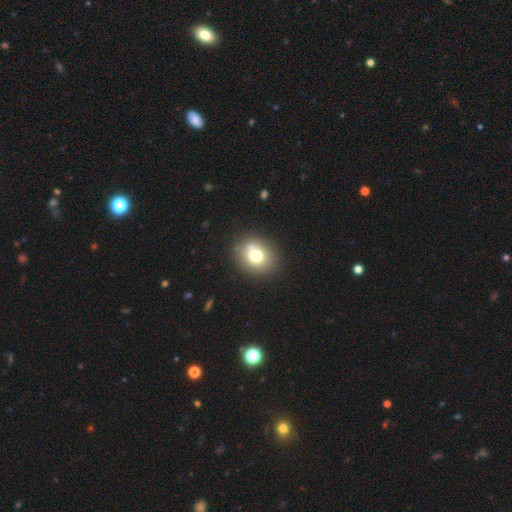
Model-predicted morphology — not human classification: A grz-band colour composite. It shows a smooth galaxy with no disk features (72%) that is round (66%). Merging: none (76%).